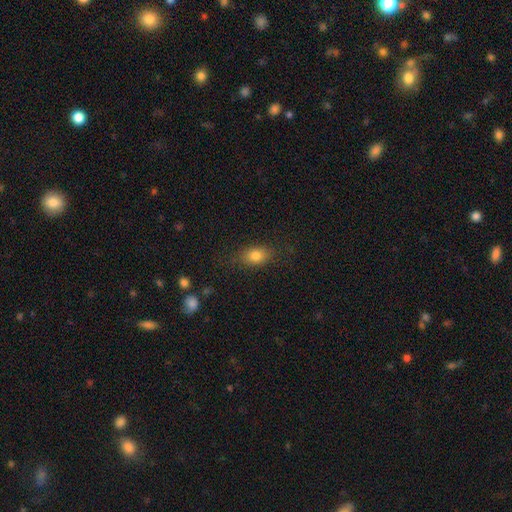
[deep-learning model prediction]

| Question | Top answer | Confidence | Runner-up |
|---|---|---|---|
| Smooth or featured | smooth | 80% | featured or disk (10%) |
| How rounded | in between | 78% | round (18%) |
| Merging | none | 80% | minor disturbance (14%) |